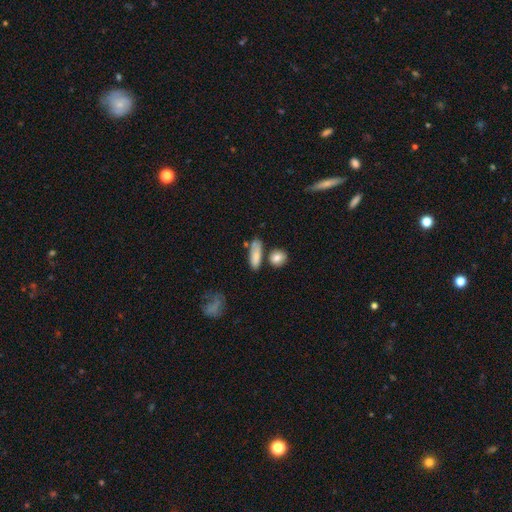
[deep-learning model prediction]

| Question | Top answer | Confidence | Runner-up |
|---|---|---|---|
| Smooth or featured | smooth | 77% | featured or disk (15%) |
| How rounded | in between | 58% | cigar-shaped (36%) |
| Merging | none | 61% | minor disturbance (19%) |